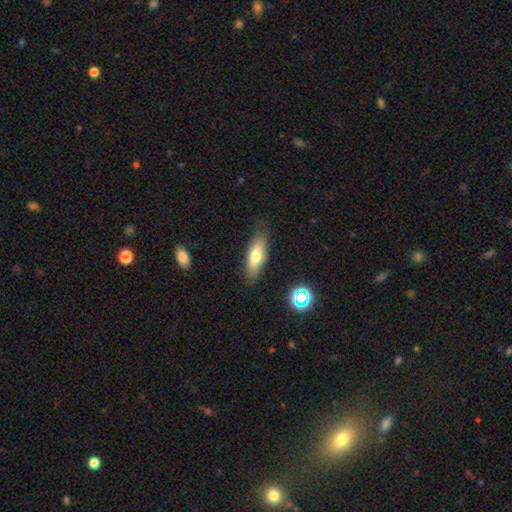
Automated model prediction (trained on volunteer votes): smooth_or_featured: smooth (p=0.72) [alt: featured or disk p=0.20]
how_rounded: in between (p=0.61) [alt: cigar-shaped p=0.37]
merging: none (p=0.80) [alt: minor disturbance p=0.15]